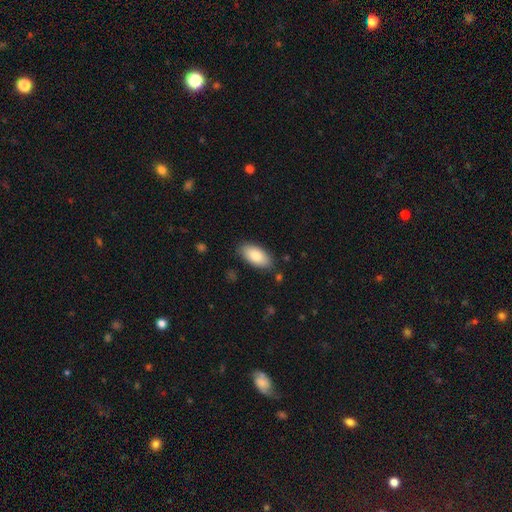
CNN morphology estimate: smooth 84%, featured or disk 10%, star or artifact 6%. Down the decision tree: how rounded — in between (93%); merging — none (84%).